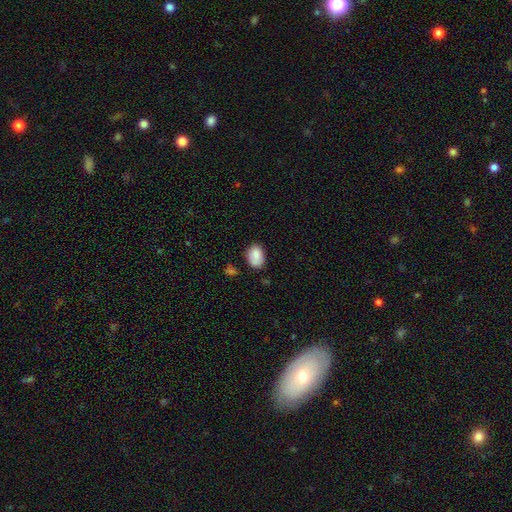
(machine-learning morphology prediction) Smooth or featured? Predicted: smooth (p=0.84). How rounded? Predicted: in between (p=0.80). Merging? Predicted: none (p=0.65).